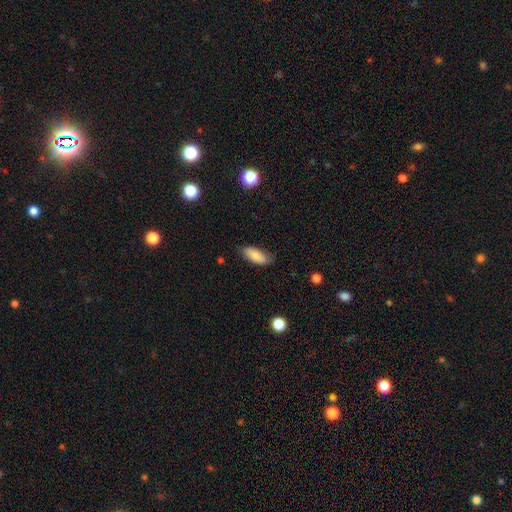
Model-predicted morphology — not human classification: Smooth or featured? Predicted: smooth (p=0.82). How rounded? Predicted: in between (p=0.82). Merging? Predicted: none (p=0.74).